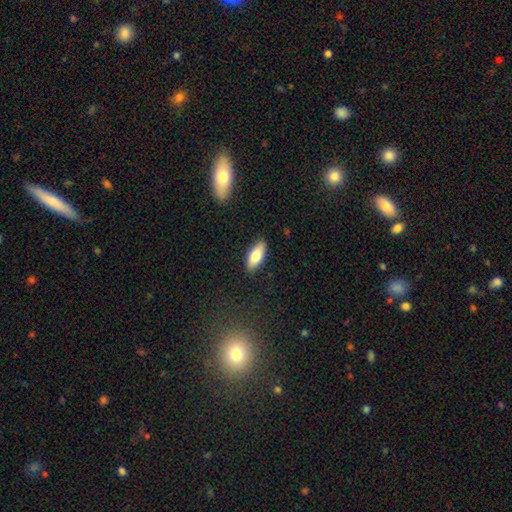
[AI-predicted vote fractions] Morphology: type=smooth (76%); roundness=in between (79%); merging=none (88%).